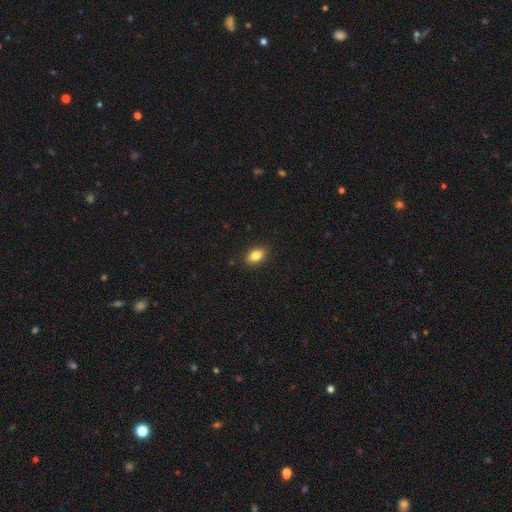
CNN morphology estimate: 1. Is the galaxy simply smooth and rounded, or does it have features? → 83% smooth, 9% star or artifact, 8% featured or disk.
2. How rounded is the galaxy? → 84% in between, 13% round, 2% cigar-shaped.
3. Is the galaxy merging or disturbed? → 89% none, 8% minor disturbance, 2% major disturbance, 1% merger.